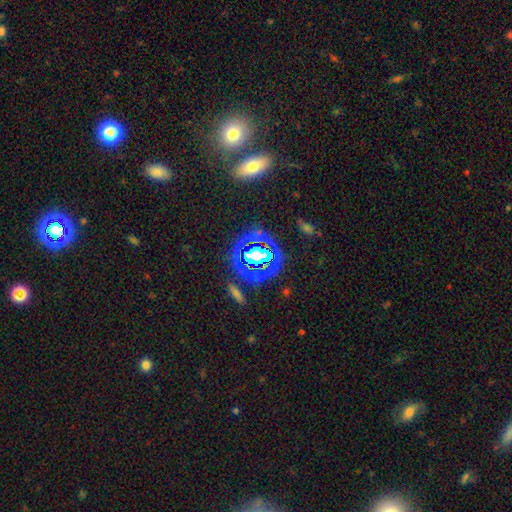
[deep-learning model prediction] This is likely a star or artifact rather than a galaxy (61%).